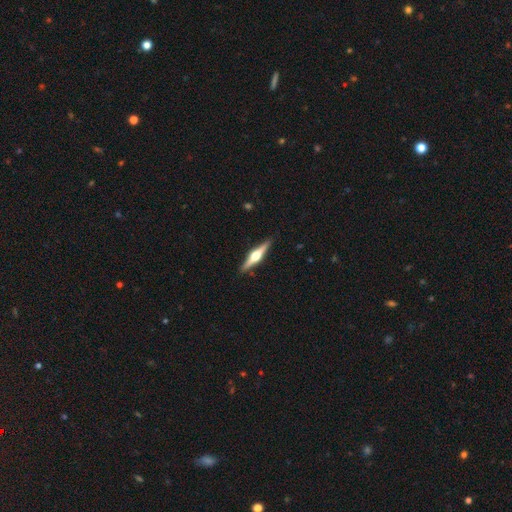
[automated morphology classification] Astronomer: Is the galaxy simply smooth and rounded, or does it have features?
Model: featured or disk — 75%.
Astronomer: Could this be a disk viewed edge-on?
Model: yes — 98%.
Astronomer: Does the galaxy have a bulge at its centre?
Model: rounded — 95%.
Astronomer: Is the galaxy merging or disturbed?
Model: none — 91%.